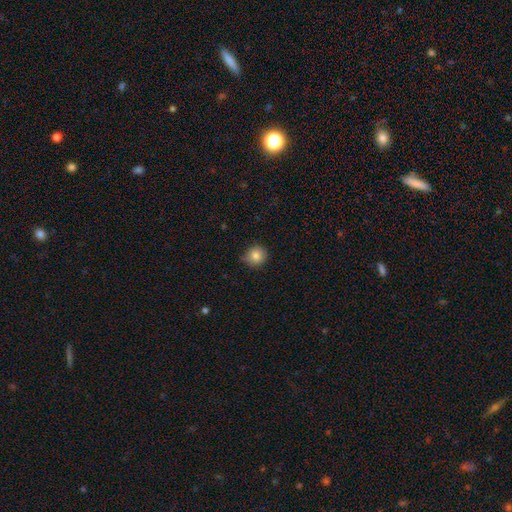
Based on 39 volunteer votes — A smooth galaxy with no disk features (95%) that is round (97%).

Vote fractions:
- Smooth or featured? smooth: 95% / star or artifact: 5% / featured or disk: 0%
- How rounded? round: 97% / in between: 3% / cigar-shaped: 0%
- Merging? none: 78% / minor disturbance: 22% / major disturbance: 0% / merger: 0%